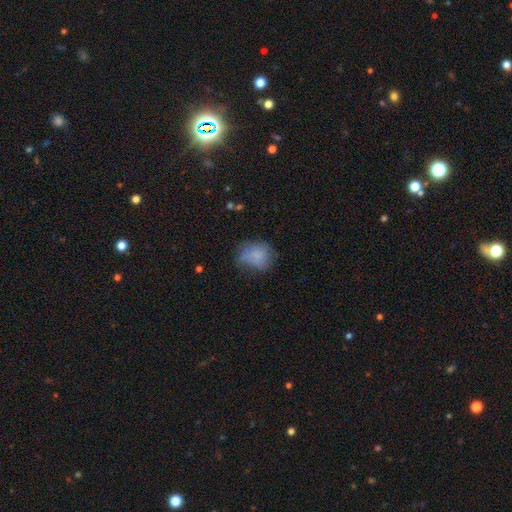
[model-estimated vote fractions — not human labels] Q: Smooth or featured?
A: smooth (73%); runner-up: featured or disk (17%)
Q: How rounded?
A: round (54%); runner-up: in between (45%)
Q: Merging?
A: none (44%); runner-up: minor disturbance (33%)